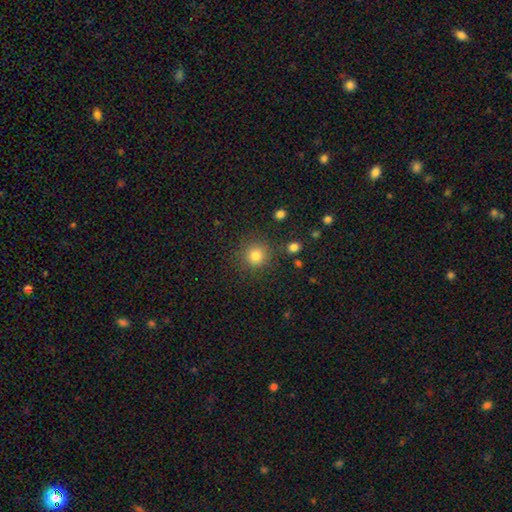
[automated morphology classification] Smooth or featured?
  - smooth: 83% *
  - star or artifact: 12%
  - featured or disk: 5%
How rounded?
  - round: 93% *
  - in between: 6%
  - cigar-shaped: 1%
Merging?
  - none: 86% *
  - minor disturbance: 8%
  - major disturbance: 3%
  - merger: 3%